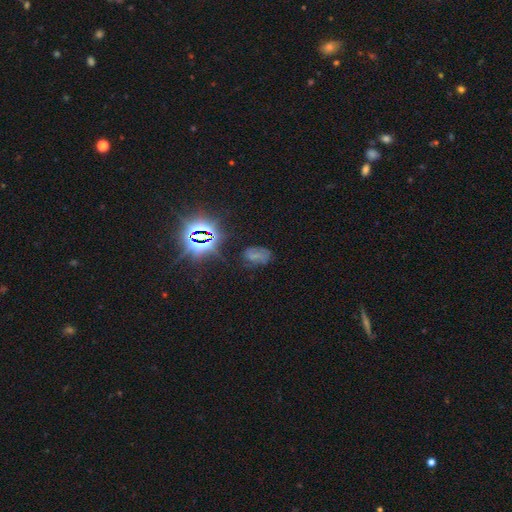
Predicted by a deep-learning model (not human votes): Smooth or featured?
  - star or artifact: 37% *
  - smooth: 36%
  - featured or disk: 26%